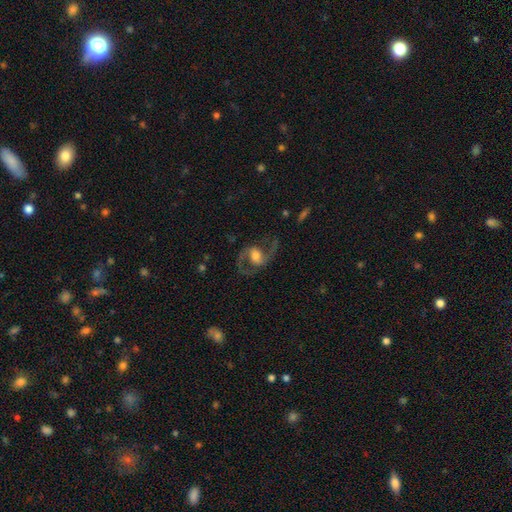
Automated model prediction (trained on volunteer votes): The model was most divided on "spiral winding": medium: 50%, loose: 41%, tight: 8%. Remaining: edge-on disk — no (97%); spiral arms — yes (94%); spiral arm count — 2 (92%); smooth or featured — featured or disk (84%); merging — none (73%); bulge size — moderate (49%); bar — weak (46%).